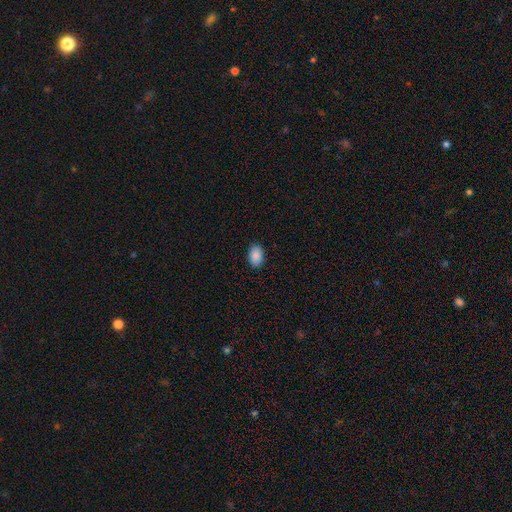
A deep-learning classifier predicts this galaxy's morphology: Overall: smooth (89%). How rounded: in between (89%). Merging: none (89%).